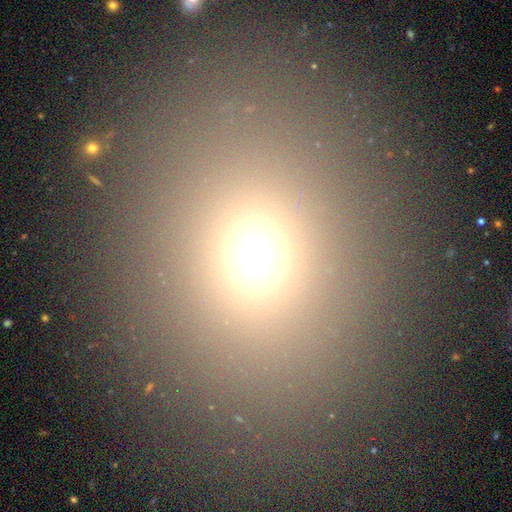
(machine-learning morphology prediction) The model was most divided on "how rounded": round: 68%, in between: 30%, cigar-shaped: 2%. More confident: merging — none (85%); smooth or featured — smooth (68%).